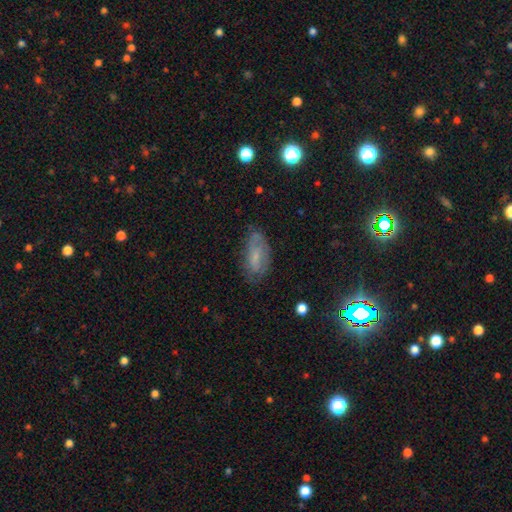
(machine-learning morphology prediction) Q: Smooth or featured?
A: smooth (52%); runner-up: featured or disk (35%)
Q: How rounded?
A: in between (85%); runner-up: cigar-shaped (12%)
Q: Merging?
A: none (64%); runner-up: minor disturbance (25%)